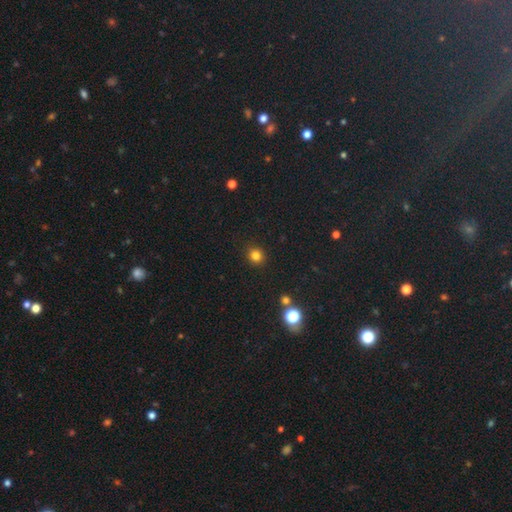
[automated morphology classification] A smooth galaxy with no disk features (81%) that is round (86%). Merging: none (91%).